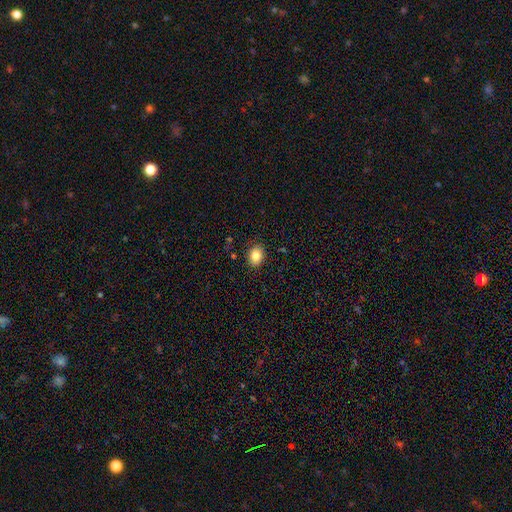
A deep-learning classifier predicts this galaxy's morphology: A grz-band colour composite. It shows a smooth galaxy with no disk features (84%) that is in between round and cigar-shaped (64%). Merging: none (87%).